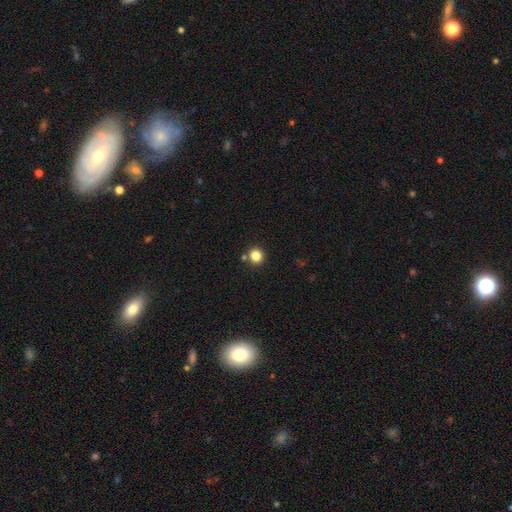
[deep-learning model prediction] Smooth or featured: smooth — 83% (star or artifact — 12%)
How rounded: round — 90% (in between — 9%)
Merging: none — 83% (merger — 8%)